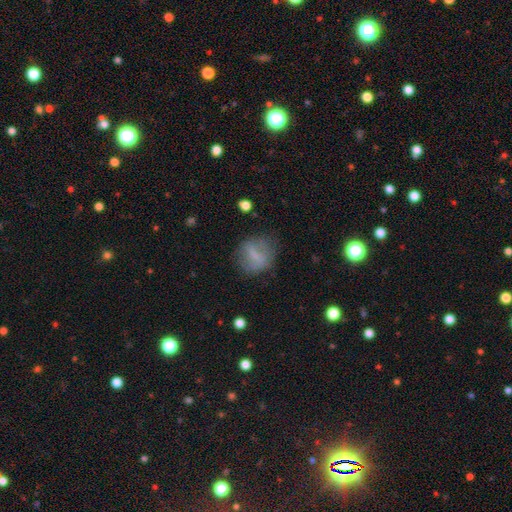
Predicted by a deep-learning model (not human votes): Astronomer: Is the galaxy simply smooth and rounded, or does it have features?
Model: smooth — 59%.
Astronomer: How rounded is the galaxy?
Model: round — 65%.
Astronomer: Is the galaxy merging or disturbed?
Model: none — 69%.